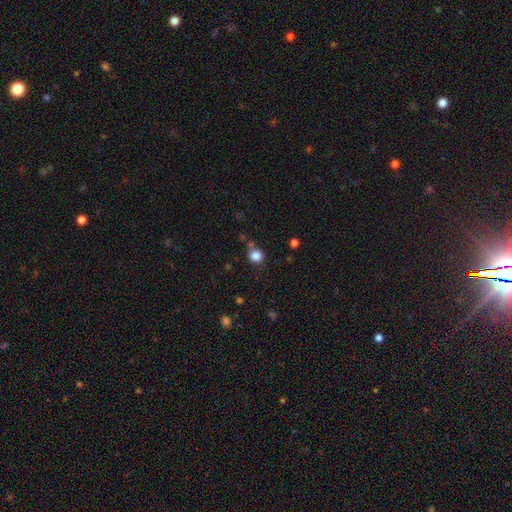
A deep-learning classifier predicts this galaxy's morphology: Smooth or featured? Predicted: smooth (p=0.84). How rounded? Predicted: round (p=0.87). Merging? Predicted: none (p=0.71).